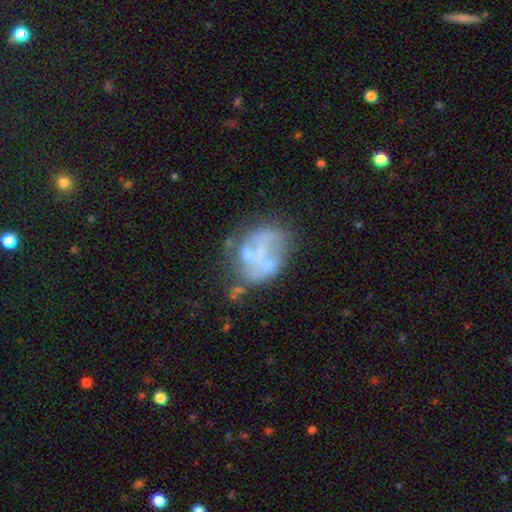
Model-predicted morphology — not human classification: The model was most divided on "merging": none: 38%, major disturbance: 22%, minor disturbance: 20%, merger: 20%. Remaining: edge-on disk — no (98%); bar — no (84%); spiral arms — no (82%); smooth or featured — featured or disk (65%); bulge size — none (49%).